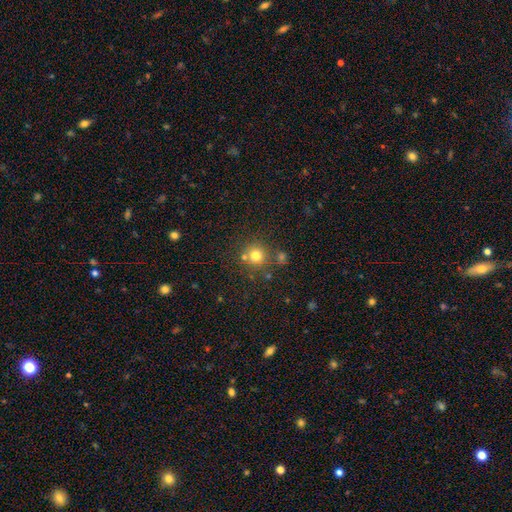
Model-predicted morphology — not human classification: Smooth or featured: smooth — 76% (star or artifact — 15%)
How rounded: round — 93% (in between — 6%)
Merging: none — 73% (merger — 14%)